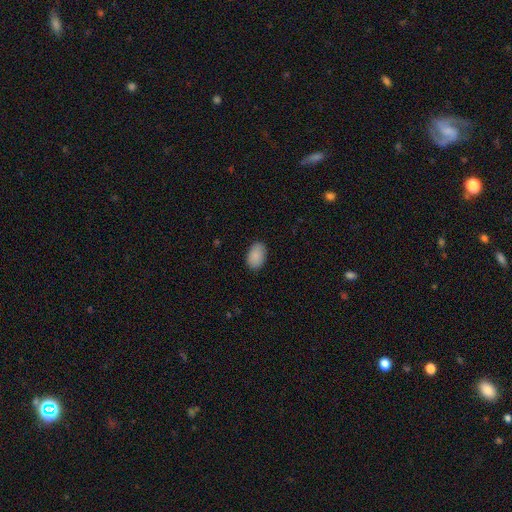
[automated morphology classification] Smooth or featured? Predicted: smooth (p=0.89). How rounded? Predicted: in between (p=0.91). Merging? Predicted: none (p=0.85).